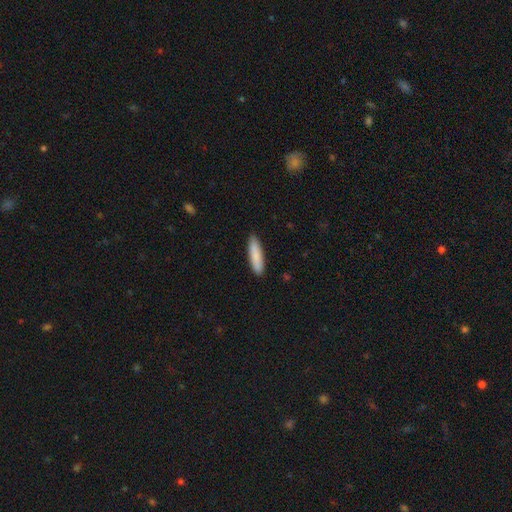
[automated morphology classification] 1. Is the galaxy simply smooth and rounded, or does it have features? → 85% smooth, 9% featured or disk, 5% star or artifact.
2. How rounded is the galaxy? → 78% cigar-shaped, 21% in between, 1% round.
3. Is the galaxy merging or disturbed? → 89% none, 9% minor disturbance, 2% major disturbance, 1% merger.